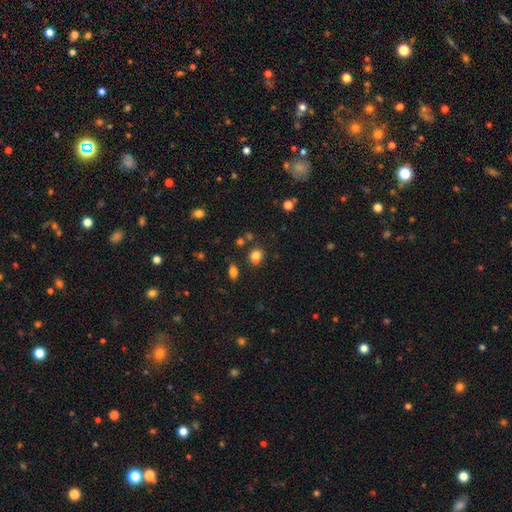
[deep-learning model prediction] A smooth galaxy with no disk features (81%) that is round (64%).

Vote fractions:
- Smooth or featured? smooth: 81% / star or artifact: 13% / featured or disk: 6%
- How rounded? round: 64% / in between: 35% / cigar-shaped: 1%
- Merging? none: 73% / minor disturbance: 14% / merger: 8% / major disturbance: 4%